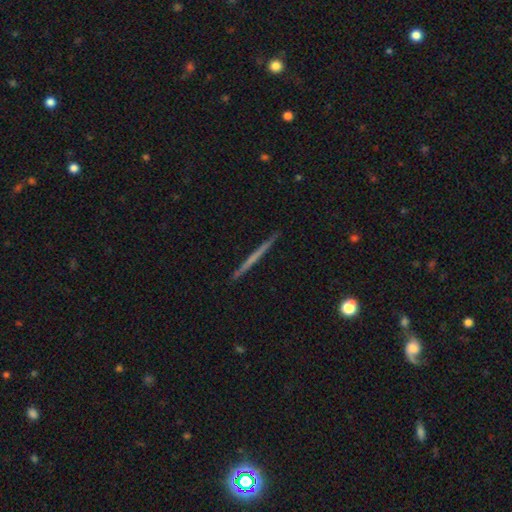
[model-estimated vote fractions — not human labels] The model was most divided on "smooth or featured": featured or disk: 52%, smooth: 42%, star or artifact: 6%. More confident: edge-on disk — yes (98%); merging — none (92%); edge-on bulge — none (92%).